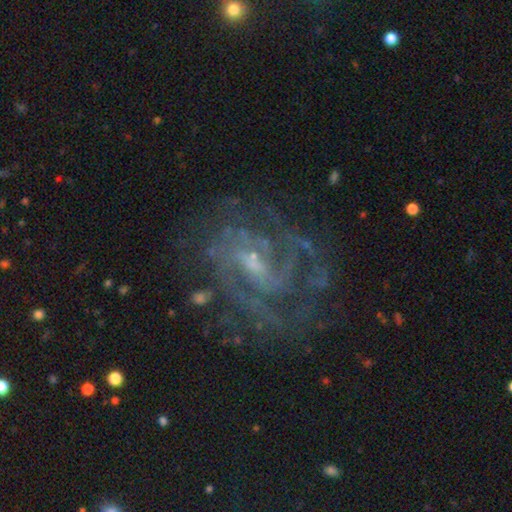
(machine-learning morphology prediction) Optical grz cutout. It shows a featured or disk galaxy (81%) with a weak bar (52%), tight (52%) spiral arms (91%) and a small central bulge (59%). Merging: none (72%).